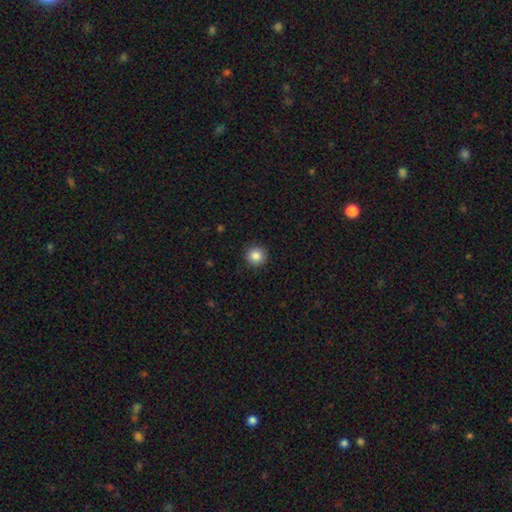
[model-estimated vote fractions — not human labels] This appears to be a smooth galaxy with no disk features (86%) that is round (94%). Merging: none (92%).